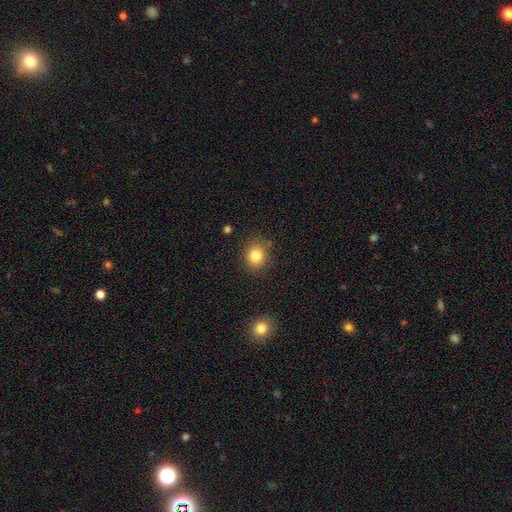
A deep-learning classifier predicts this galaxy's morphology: type=smooth (82%); roundness=round (77%); merging=none (83%).